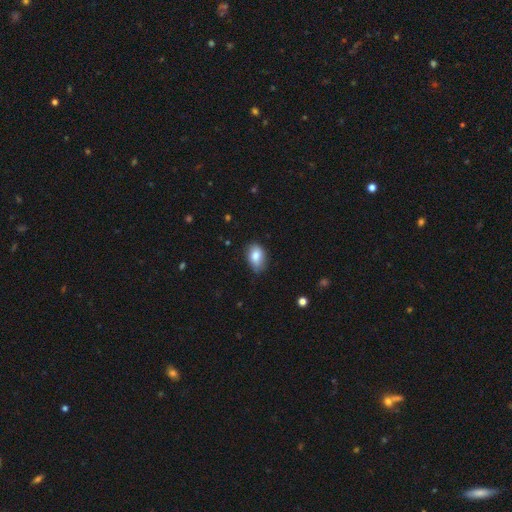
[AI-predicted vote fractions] Morphology: type=smooth (81%); roundness=in between (84%); merging=none (66%).